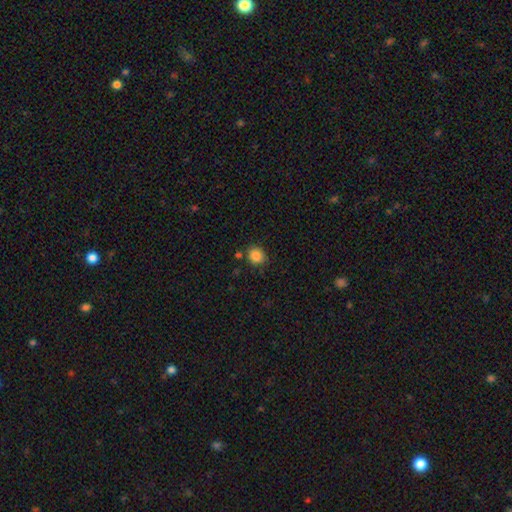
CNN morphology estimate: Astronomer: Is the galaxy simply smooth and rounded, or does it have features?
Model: smooth — 86%.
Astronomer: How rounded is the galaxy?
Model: round — 81%.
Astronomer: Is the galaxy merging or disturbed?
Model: none — 82%.